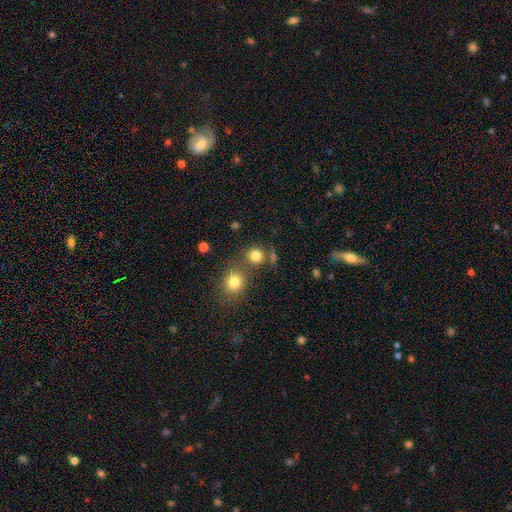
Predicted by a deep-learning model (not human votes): Smooth or featured: smooth — 82% (star or artifact — 12%)
How rounded: round — 88% (in between — 11%)
Merging: none — 66% (merger — 21%)